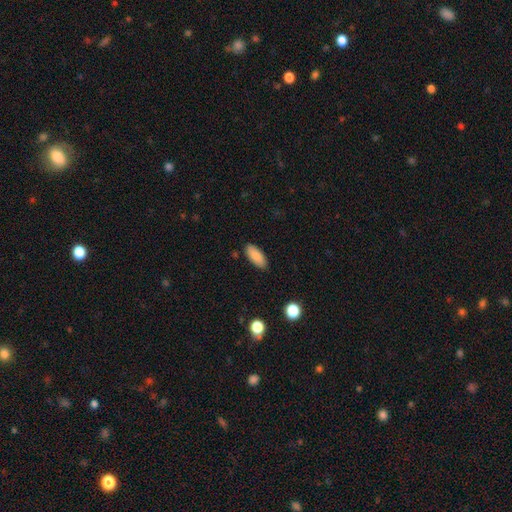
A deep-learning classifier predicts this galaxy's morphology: Smooth or featured: smooth — 88% (star or artifact — 7%)
How rounded: in between — 84% (cigar-shaped — 14%)
Merging: none — 87% (minor disturbance — 9%)